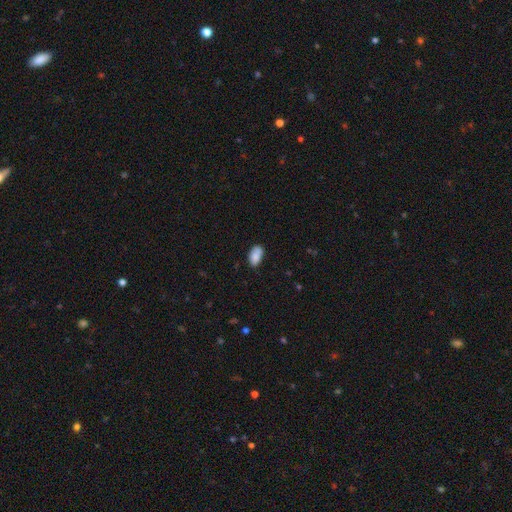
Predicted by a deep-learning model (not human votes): Smooth or featured?
  - smooth: 85% *
  - featured or disk: 8%
  - star or artifact: 8%
How rounded?
  - in between: 93% *
  - round: 4%
  - cigar-shaped: 3%
Merging?
  - none: 70% *
  - minor disturbance: 22%
  - merger: 5%
  - major disturbance: 4%